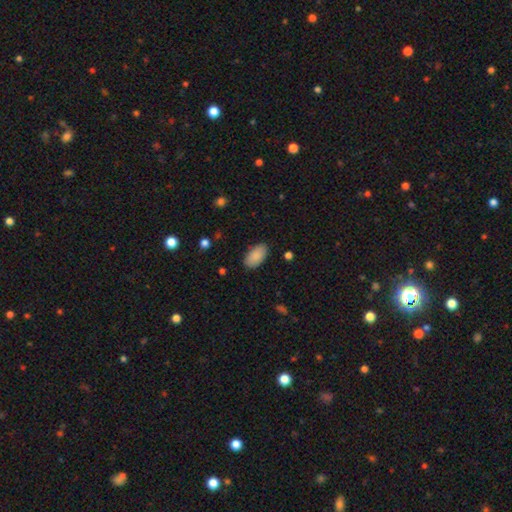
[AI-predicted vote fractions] This is clearly a smooth galaxy (89%). How rounded: clearly in between (95%). Merging: clearly none (86%).